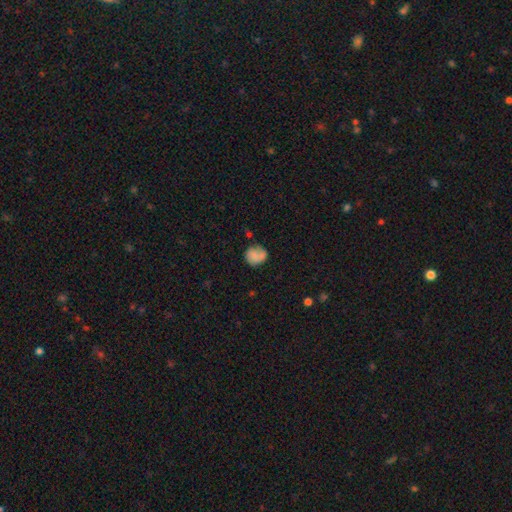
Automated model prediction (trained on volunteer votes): Smooth or featured?
  - smooth: 67% *
  - featured or disk: 24%
  - star or artifact: 9%
How rounded?
  - round: 77% *
  - in between: 22%
  - cigar-shaped: 1%
Merging?
  - none: 60% *
  - minor disturbance: 25%
  - major disturbance: 9%
  - merger: 6%